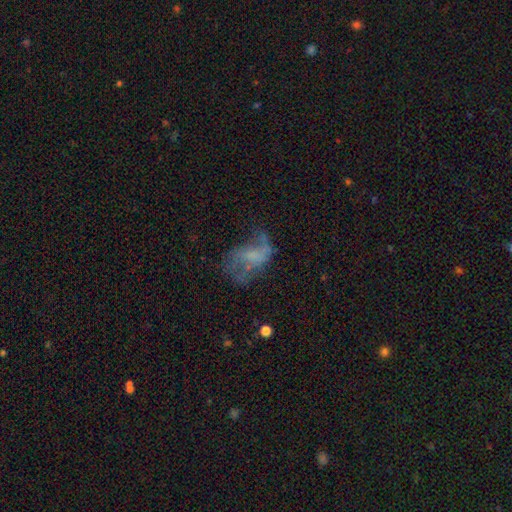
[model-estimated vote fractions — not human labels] This appears to be a featured or disk galaxy (56%) with no bar (63%), no spiral arms (53%) and no central bulge (61%). Merging: major disturbance (40%).